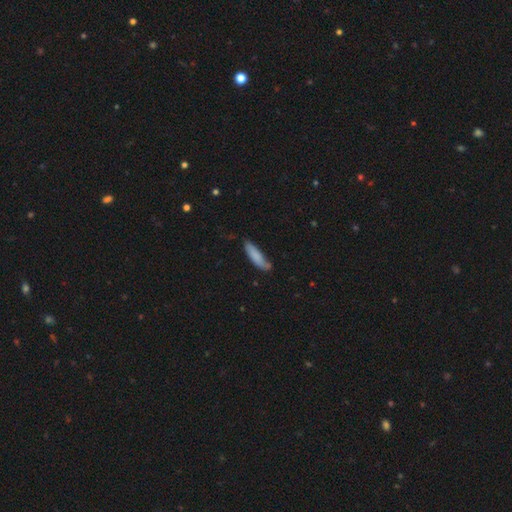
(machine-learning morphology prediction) type=smooth (79%); roundness=cigar-shaped (68%); merging=none (63%).